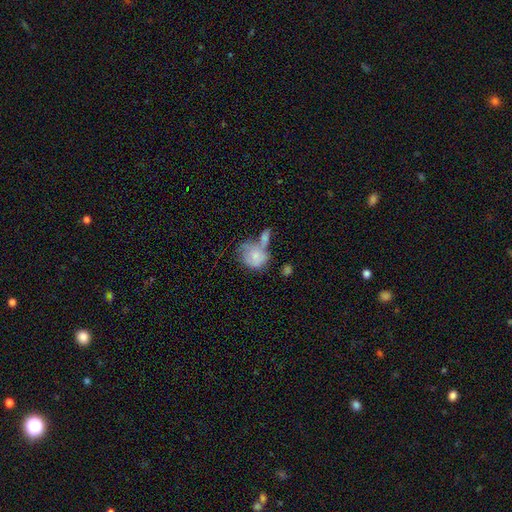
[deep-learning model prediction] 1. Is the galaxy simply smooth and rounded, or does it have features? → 63% smooth, 30% featured or disk, 7% star or artifact.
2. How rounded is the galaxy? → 60% round, 39% in between, 1% cigar-shaped.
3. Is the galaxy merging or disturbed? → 45% merger, 24% none, 17% minor disturbance, 14% major disturbance.